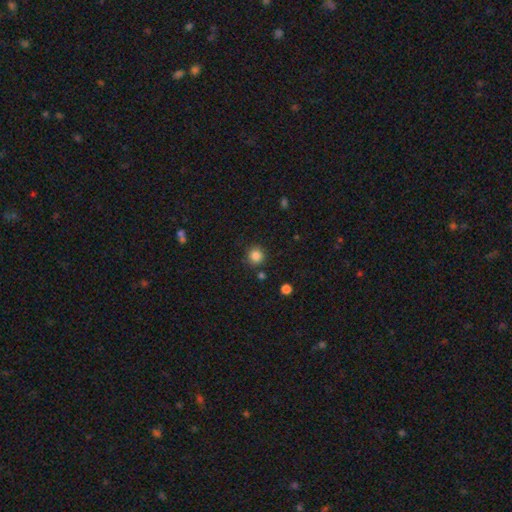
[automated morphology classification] Smooth or featured: smooth — 85% (star or artifact — 11%)
How rounded: round — 94% (in between — 5%)
Merging: none — 88% (minor disturbance — 7%)